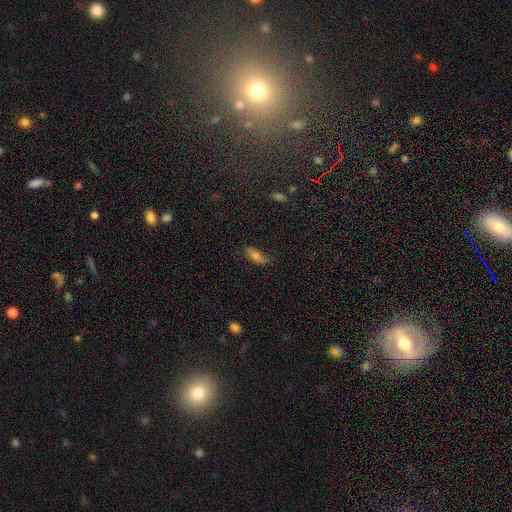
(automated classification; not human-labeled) Q: Smooth or featured?
A: smooth (70%); runner-up: featured or disk (19%)
Q: How rounded?
A: in between (76%); runner-up: cigar-shaped (21%)
Q: Merging?
A: none (73%); runner-up: minor disturbance (20%)